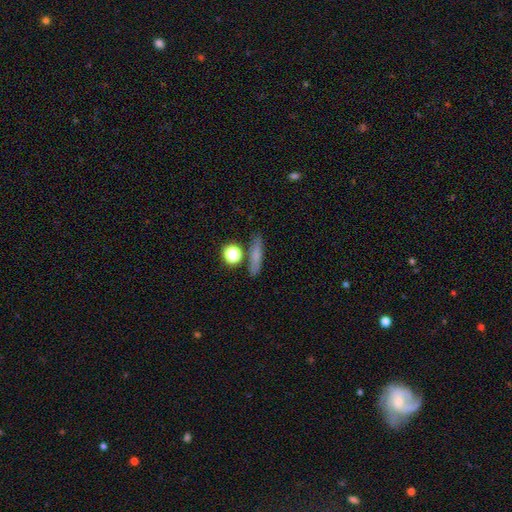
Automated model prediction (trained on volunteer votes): Smooth or featured: smooth — 67% (featured or disk — 21%)
How rounded: cigar-shaped — 71% (in between — 17%)
Merging: none — 79% (minor disturbance — 10%)